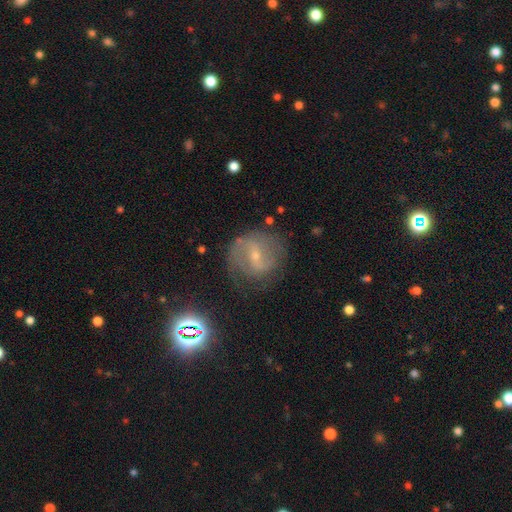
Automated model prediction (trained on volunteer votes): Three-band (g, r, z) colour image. It shows a featured or disk galaxy (72%) with a weak bar (48%), 2 (75%) medium (46%) spiral arms (84%) and a small central bulge (72%). Merging: none (68%).